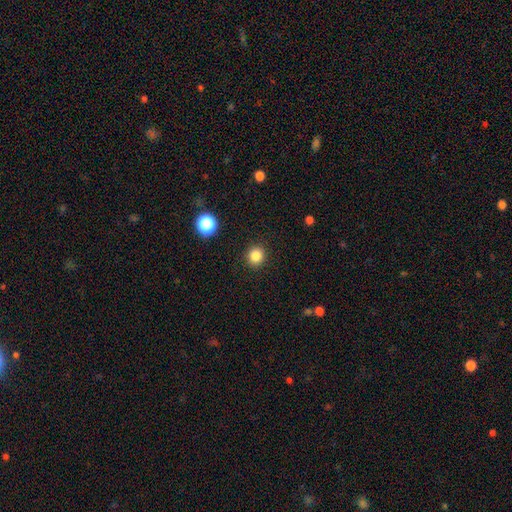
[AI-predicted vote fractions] A smooth galaxy with no disk features (84%) that is round (88%). Merging: none (92%).